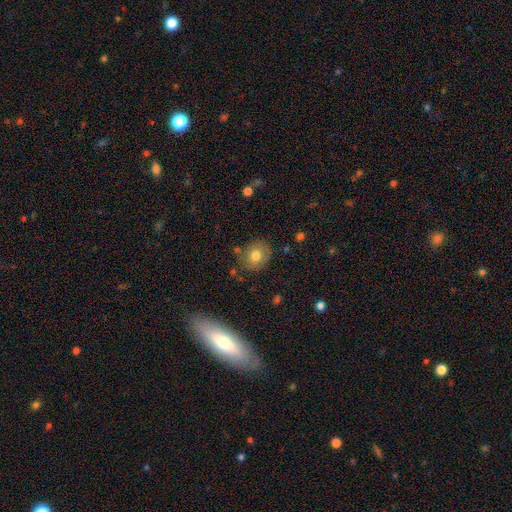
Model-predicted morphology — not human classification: Smooth or featured: smooth — 76% (featured or disk — 14%)
How rounded: round — 75% (in between — 24%)
Merging: none — 79% (minor disturbance — 14%)